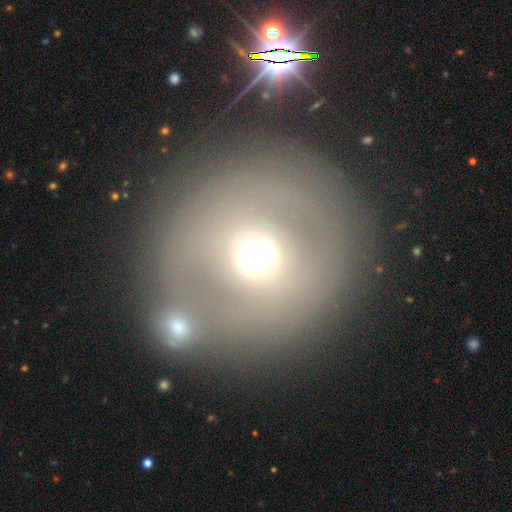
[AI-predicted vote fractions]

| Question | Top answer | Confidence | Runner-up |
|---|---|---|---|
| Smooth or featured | smooth | 53% | featured or disk (31%) |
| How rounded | round | 80% | in between (18%) |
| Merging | none | 56% | merger (21%) |